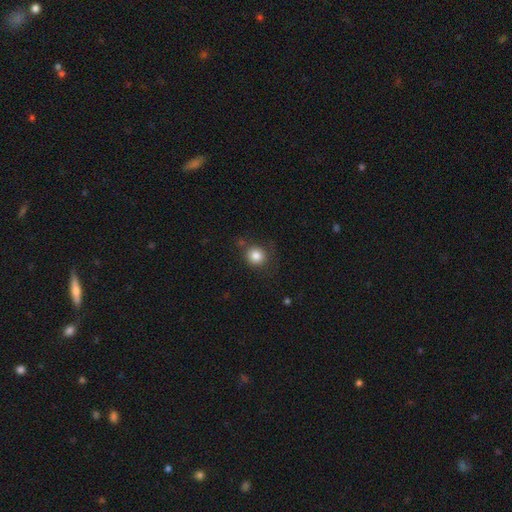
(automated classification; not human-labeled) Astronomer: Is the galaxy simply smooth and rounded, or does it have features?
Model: smooth — 83%.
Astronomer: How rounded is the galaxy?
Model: round — 88%.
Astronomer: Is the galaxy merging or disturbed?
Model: none — 74%.